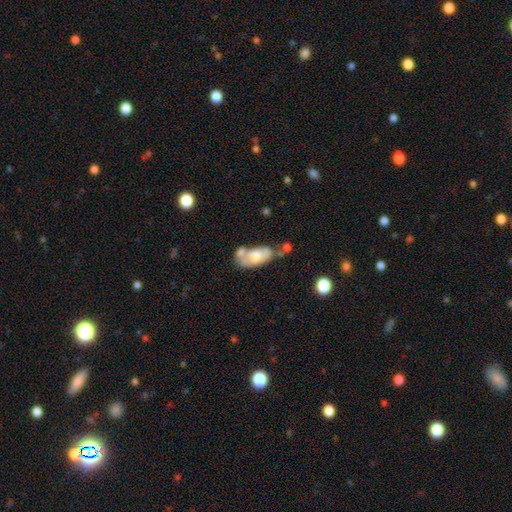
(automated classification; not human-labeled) Overall: smooth (51%; featured or disk 41%). How rounded: in between (91%). Merging: merger (35%; none 26%).